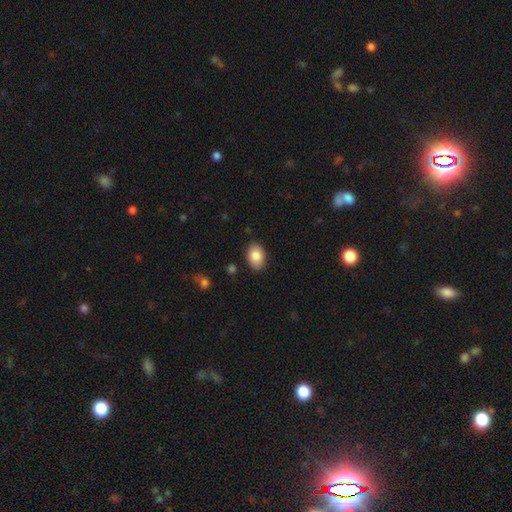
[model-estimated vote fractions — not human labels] Smooth or featured?
  - smooth: 85% *
  - featured or disk: 8%
  - star or artifact: 7%
How rounded?
  - in between: 83% *
  - round: 16%
  - cigar-shaped: 1%
Merging?
  - none: 86% *
  - minor disturbance: 10%
  - major disturbance: 2%
  - merger: 1%